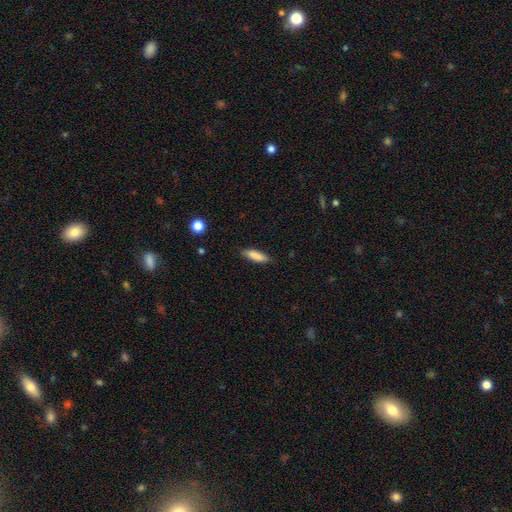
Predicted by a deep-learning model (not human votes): Smooth or featured?
  - smooth: 86% *
  - featured or disk: 7%
  - star or artifact: 6%
How rounded?
  - cigar-shaped: 52% *
  - in between: 46%
  - round: 2%
Merging?
  - none: 84% *
  - minor disturbance: 12%
  - major disturbance: 2%
  - merger: 1%